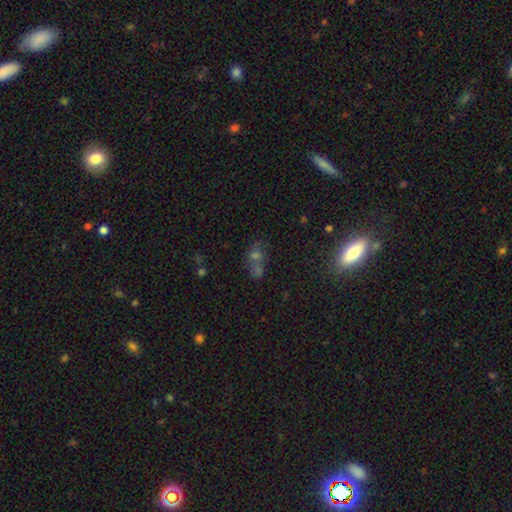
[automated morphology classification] Overall: smooth (52%; star or artifact 30%). How rounded: in between (50%; round 46%). Merging: merger (43%; none 39%).